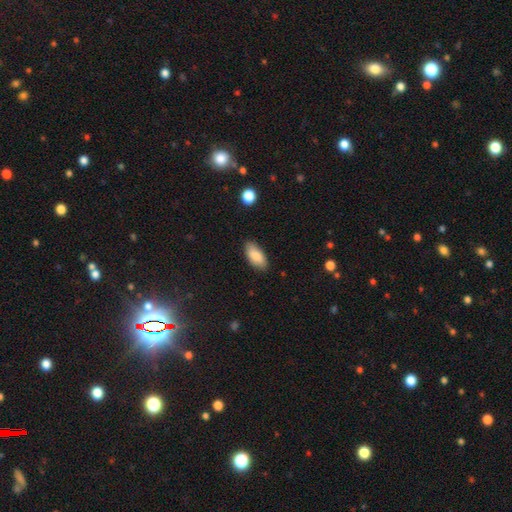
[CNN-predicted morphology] Smooth or featured? smooth (87%)
How rounded? in between (88%)
Merging? none (83%)